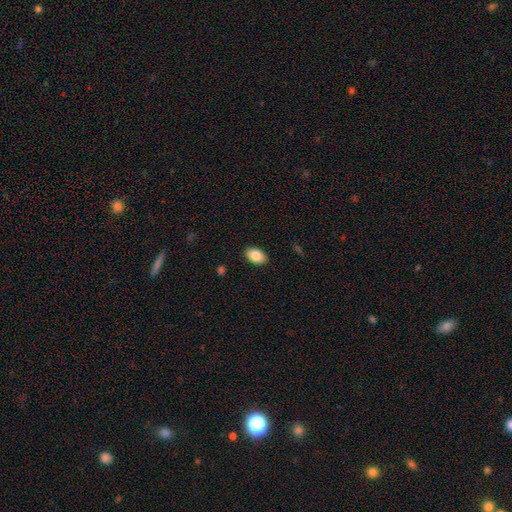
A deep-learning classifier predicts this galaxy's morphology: Smooth or featured?
  - smooth: 86% *
  - star or artifact: 7%
  - featured or disk: 7%
How rounded?
  - in between: 90% *
  - round: 9%
  - cigar-shaped: 1%
Merging?
  - none: 88% *
  - minor disturbance: 9%
  - major disturbance: 2%
  - merger: 1%